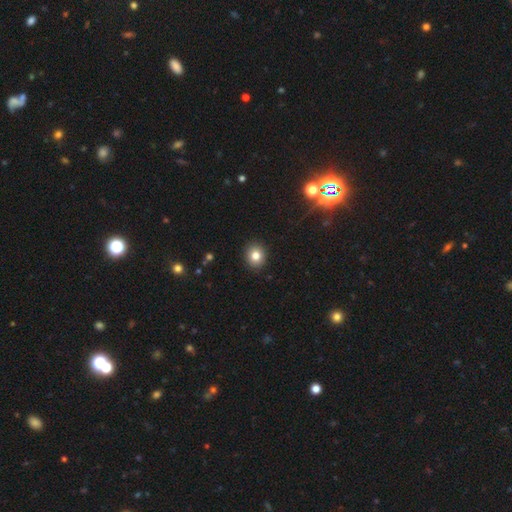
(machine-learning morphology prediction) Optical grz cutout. It shows a smooth galaxy with no disk features (81%) that is round (72%). Merging: none (91%).